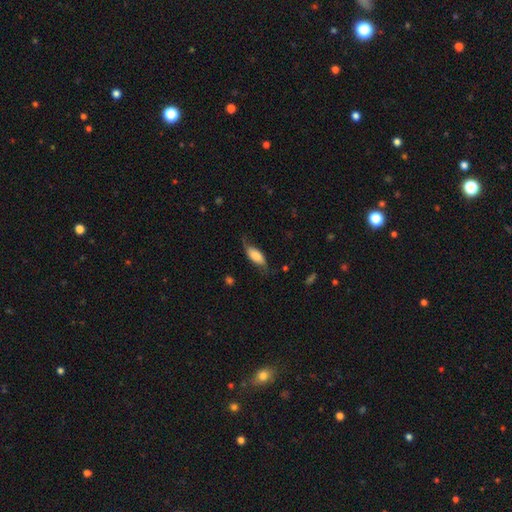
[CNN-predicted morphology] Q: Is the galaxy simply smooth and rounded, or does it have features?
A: smooth — 64%.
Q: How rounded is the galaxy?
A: in between — 80%.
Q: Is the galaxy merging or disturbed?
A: none — 59%.